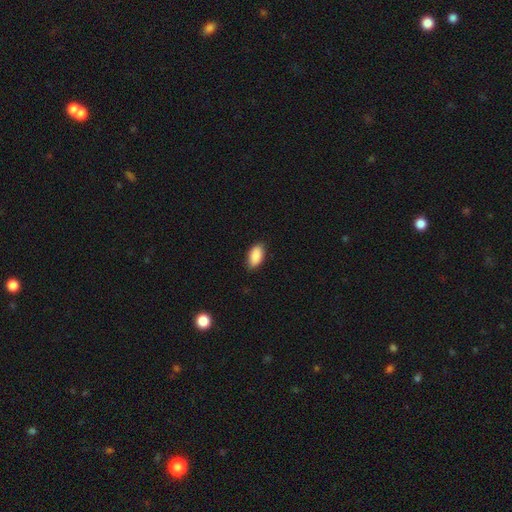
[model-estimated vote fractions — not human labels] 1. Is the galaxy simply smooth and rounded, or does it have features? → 90% smooth, 6% star or artifact, 4% featured or disk.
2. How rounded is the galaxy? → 94% in between, 4% cigar-shaped, 3% round.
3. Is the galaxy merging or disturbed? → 85% none, 11% minor disturbance, 2% major disturbance, 1% merger.